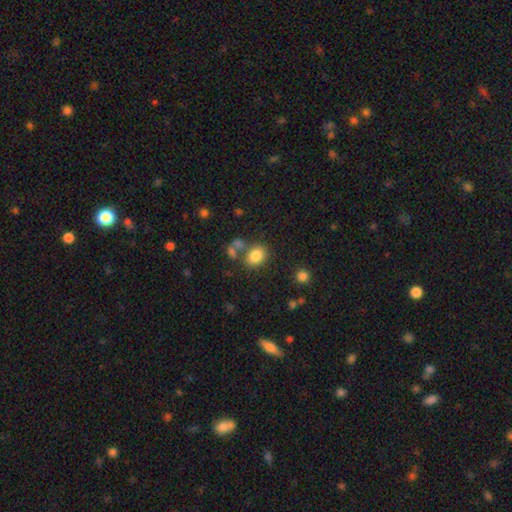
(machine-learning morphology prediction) smooth-or-featured: smooth: 82% | star or artifact: 10% | featured or disk: 8%
  how-rounded: in between: 58% | round: 41% | cigar-shaped: 1%
  merging: none: 65% | merger: 16% | minor disturbance: 13% | major disturbance: 5%